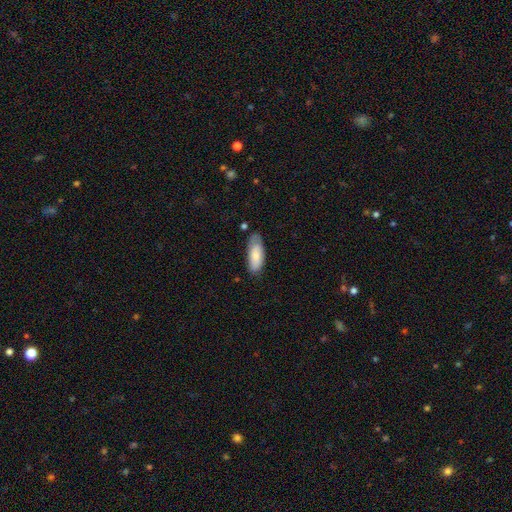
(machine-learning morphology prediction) A smooth galaxy with no disk features (76%) that is in between round and cigar-shaped (76%).

Vote fractions:
- Smooth or featured? smooth: 76% / featured or disk: 18% / star or artifact: 6%
- How rounded? in between: 76% / cigar-shaped: 22% / round: 2%
- Merging? none: 66% / minor disturbance: 26% / major disturbance: 6% / merger: 3%